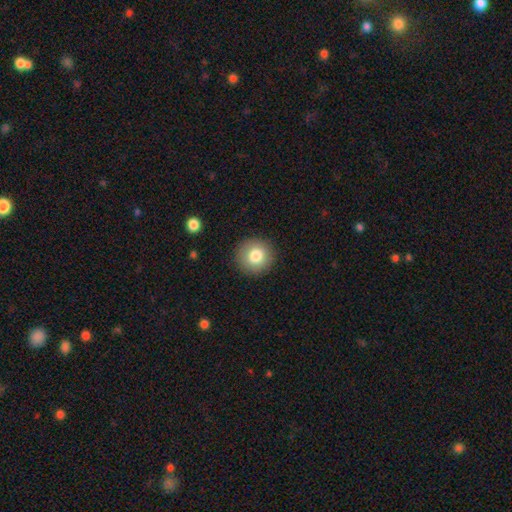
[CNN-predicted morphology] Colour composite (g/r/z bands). It shows a smooth galaxy with no disk features (80%) that is round (93%). Merging: none (90%).